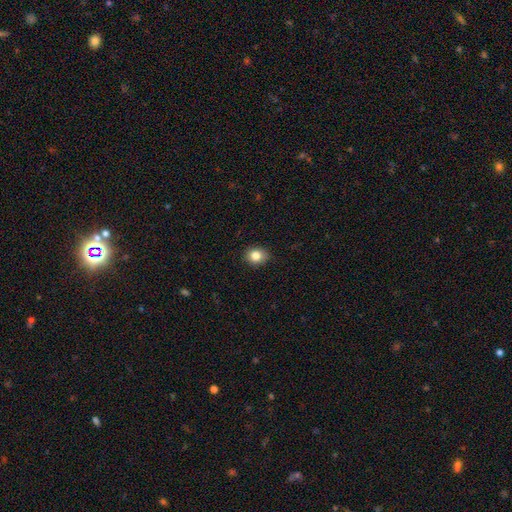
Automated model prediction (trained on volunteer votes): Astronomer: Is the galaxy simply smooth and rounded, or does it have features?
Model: smooth — 83%.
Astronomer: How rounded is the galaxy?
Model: round — 61% (runner-up: in between, 38%).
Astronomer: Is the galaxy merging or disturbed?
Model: none — 88%.